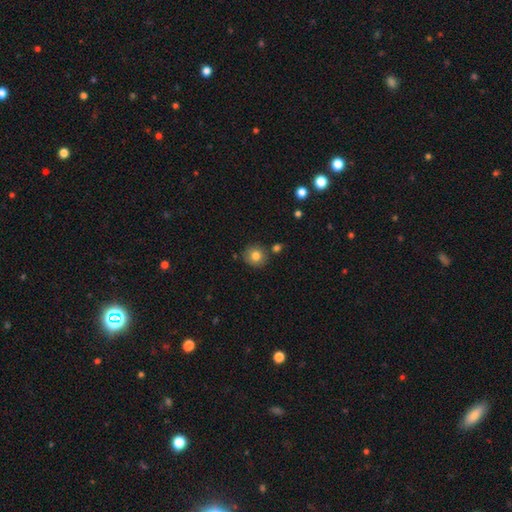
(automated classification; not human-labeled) Morphology: type=smooth (80%); roundness=round (89%); merging=none (81%).